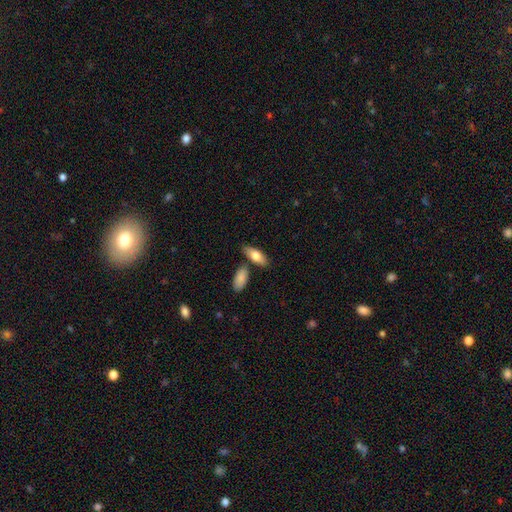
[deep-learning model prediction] Smooth or featured? smooth (75%)
How rounded? in between (77%)
Merging? none (73%)